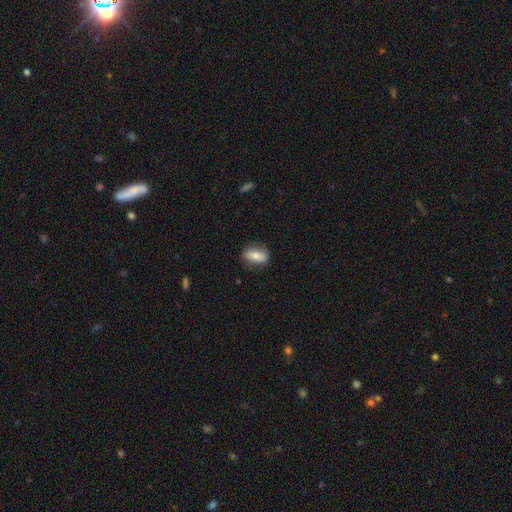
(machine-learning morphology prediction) Q: Smooth or featured?
A: smooth (72%); runner-up: featured or disk (21%)
Q: How rounded?
A: in between (84%); runner-up: round (10%)
Q: Merging?
A: none (79%); runner-up: minor disturbance (16%)